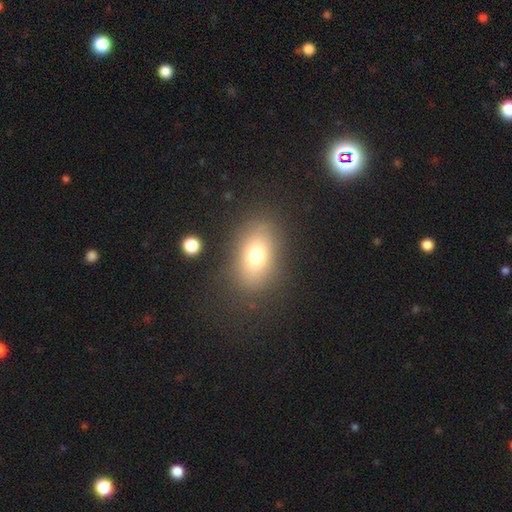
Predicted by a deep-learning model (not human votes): Smooth or featured? Predicted: smooth (p=0.72). How rounded? Predicted: in between (p=0.80). Merging? Predicted: none (p=0.82).